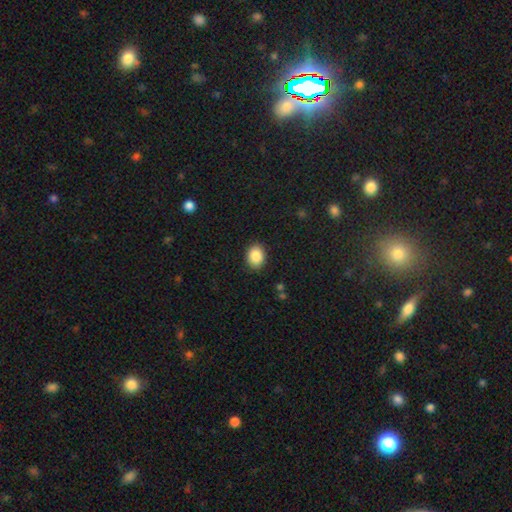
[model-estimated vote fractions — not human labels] This is clearly a smooth galaxy (88%). How rounded: possibly in between (60%). Merging: clearly none (88%).